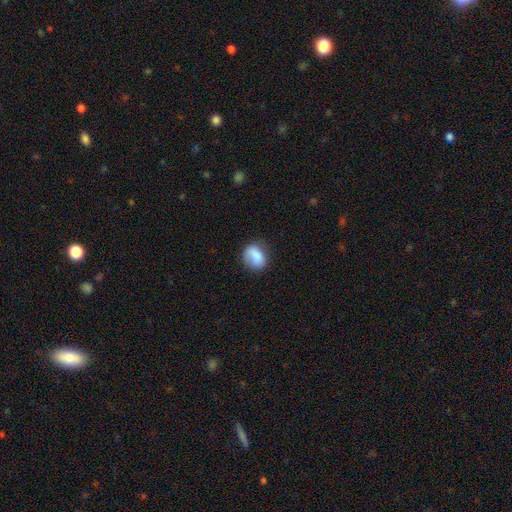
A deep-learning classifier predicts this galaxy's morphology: smooth_or_featured: smooth (p=0.80) [alt: featured or disk p=0.12]
how_rounded: in between (p=0.57) [alt: round p=0.42]
merging: none (p=0.62) [alt: minor disturbance p=0.26]